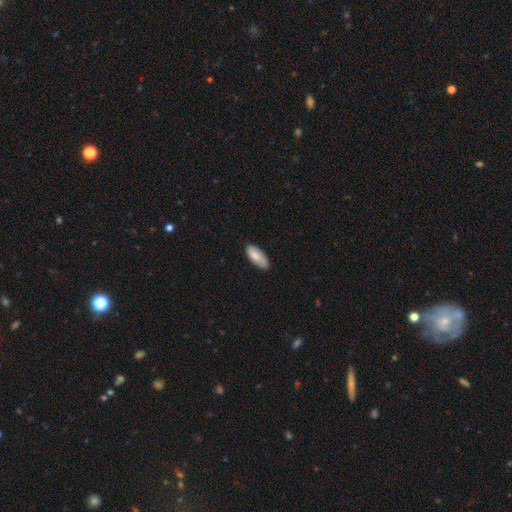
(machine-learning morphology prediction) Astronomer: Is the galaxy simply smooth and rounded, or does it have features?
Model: smooth — 81%.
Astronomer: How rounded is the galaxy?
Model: in between — 86%.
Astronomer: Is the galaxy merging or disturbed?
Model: none — 76%.